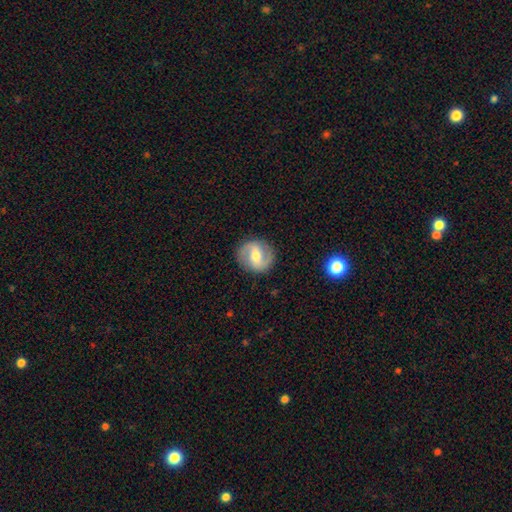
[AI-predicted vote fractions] A featured or disk galaxy (73%) with a weak bar (47%), 2 (91%) medium (49%) spiral arms (88%) and a moderate central bulge (66%). Merging: none (87%).